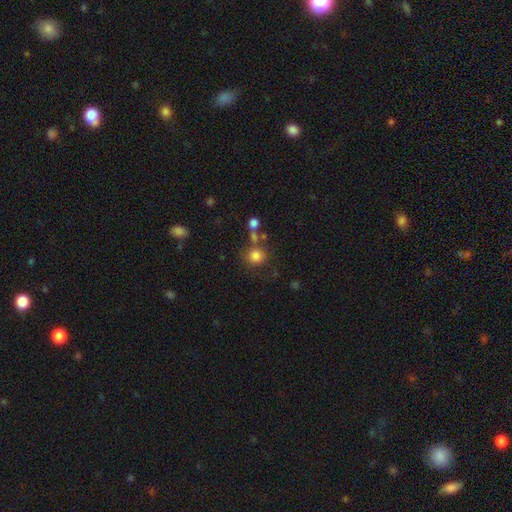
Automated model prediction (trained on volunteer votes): This is clearly a smooth galaxy (82%). How rounded: clearly round (88%). Merging: likely none (68%).